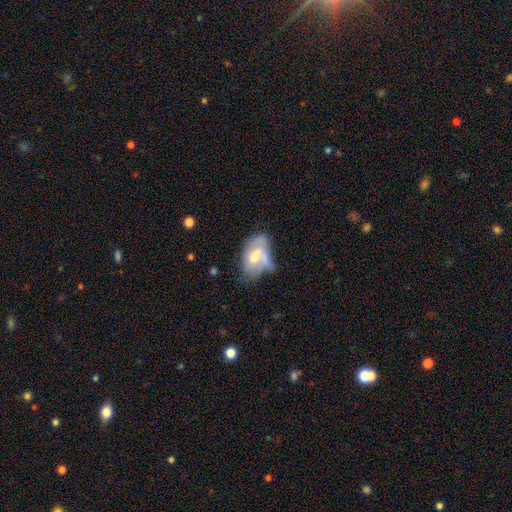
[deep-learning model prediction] A smooth galaxy with no disk features (47%).

Vote fractions:
- Smooth or featured? smooth: 47% / featured or disk: 46% / star or artifact: 7%
- Merging? none: 28% / minor disturbance: 27% / merger: 24% / major disturbance: 20%